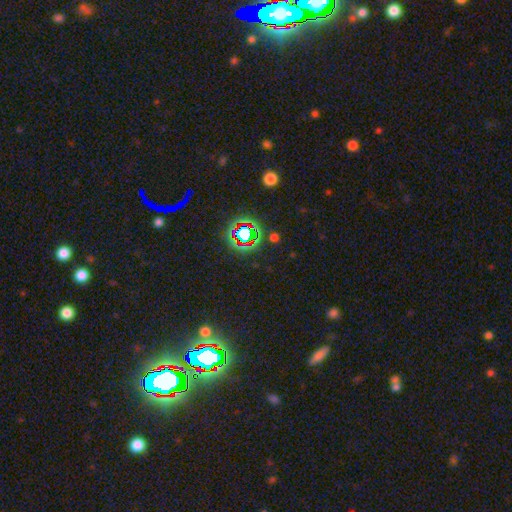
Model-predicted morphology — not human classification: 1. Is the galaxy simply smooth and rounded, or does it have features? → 80% star or artifact, 12% smooth, 8% featured or disk.